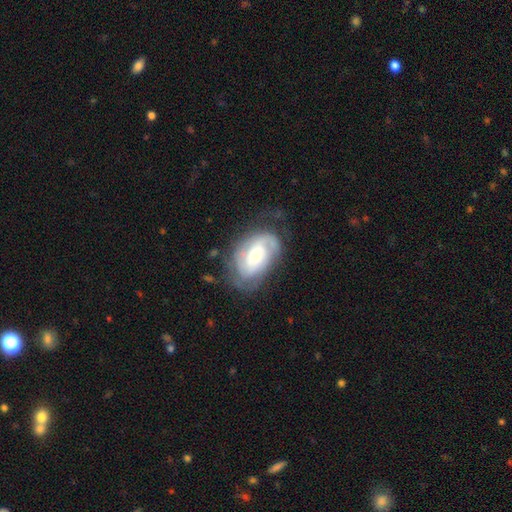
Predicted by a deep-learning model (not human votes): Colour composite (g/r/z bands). It shows a featured or disk galaxy (75%) with no bar (64%), 2 (42%) tight (51%) spiral arms (91%) and a moderate central bulge (52%). Merging: none (61%).